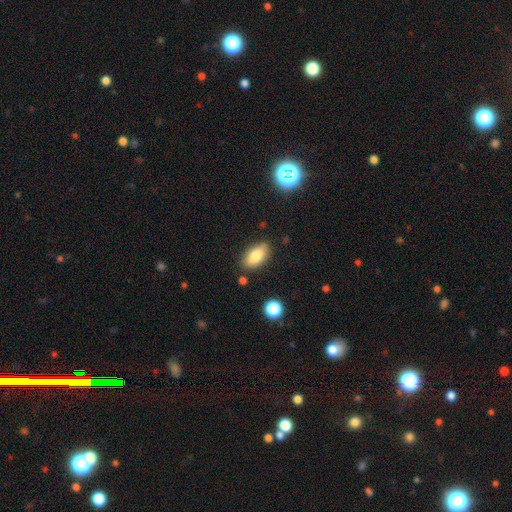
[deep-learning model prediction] Overall: smooth (81%). How rounded: in between (90%). Merging: none (83%).